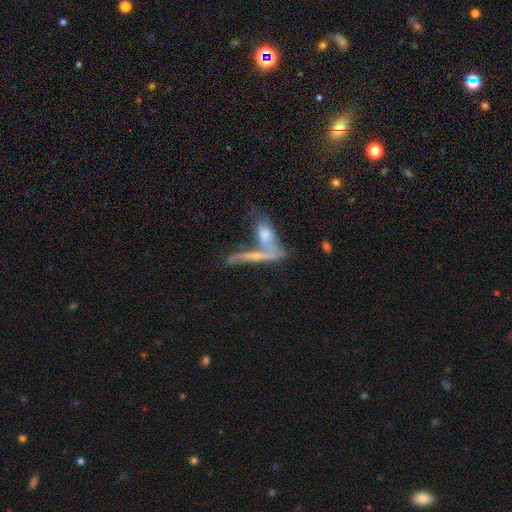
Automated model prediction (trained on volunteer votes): This is possibly a featured or disk galaxy (56%). It is likely viewed edge-on (66%). Merging: possibly merger (50%).